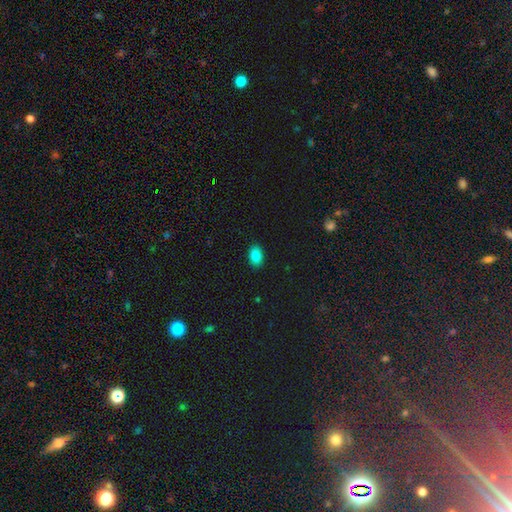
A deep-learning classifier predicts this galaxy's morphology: The model was most divided on "smooth or featured": smooth: 87%, star or artifact: 10%, featured or disk: 4%. More confident: merging — none (89%); how rounded — in between (88%).